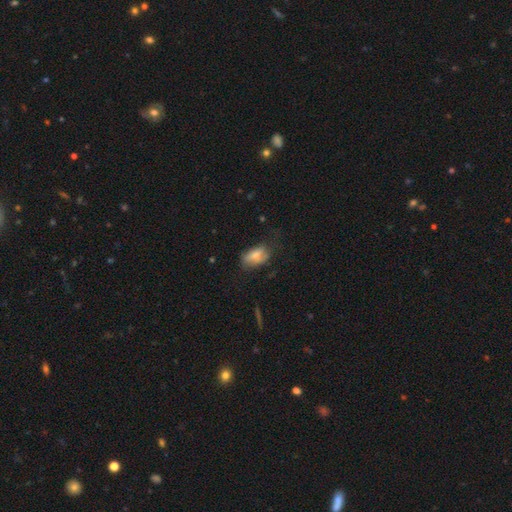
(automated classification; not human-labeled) Smooth or featured? Predicted: smooth (p=0.72). How rounded? Predicted: in between (p=0.90). Merging? Predicted: none (p=0.49).